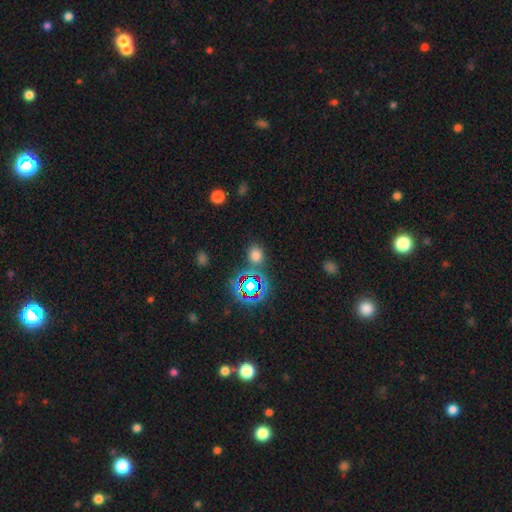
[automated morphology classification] A smooth galaxy with no disk features (64%) that is round (67%).

Vote fractions:
- Smooth or featured? smooth: 64% / star or artifact: 30% / featured or disk: 6%
- How rounded? round: 67% / in between: 32% / cigar-shaped: 1%
- Merging? none: 79% / minor disturbance: 10% / merger: 7% / major disturbance: 4%